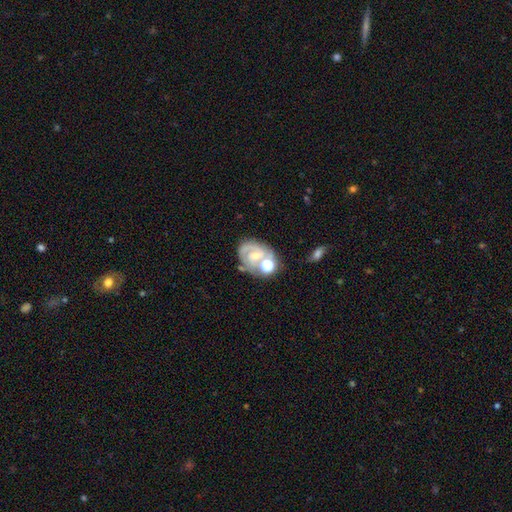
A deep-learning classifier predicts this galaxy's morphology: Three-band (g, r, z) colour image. It shows a featured or disk galaxy (74%) with no bar (56%), 2 (63%) tight (50%) spiral arms (89%) and a small central bulge (50%). Merging: none (50%).